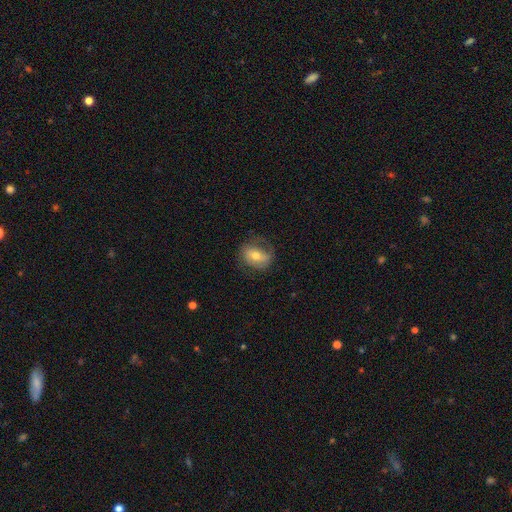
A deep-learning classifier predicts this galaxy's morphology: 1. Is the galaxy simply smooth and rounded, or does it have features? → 47% smooth, 45% featured or disk, 8% star or artifact.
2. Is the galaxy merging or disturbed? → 63% none, 22% minor disturbance, 14% major disturbance, 1% merger.